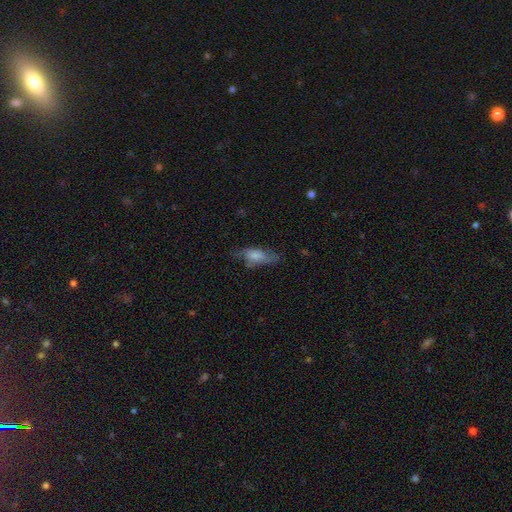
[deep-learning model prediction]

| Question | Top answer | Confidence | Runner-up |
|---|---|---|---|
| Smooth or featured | smooth | 66% | featured or disk (26%) |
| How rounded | in between | 76% | cigar-shaped (21%) |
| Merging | none | 50% | minor disturbance (30%) |